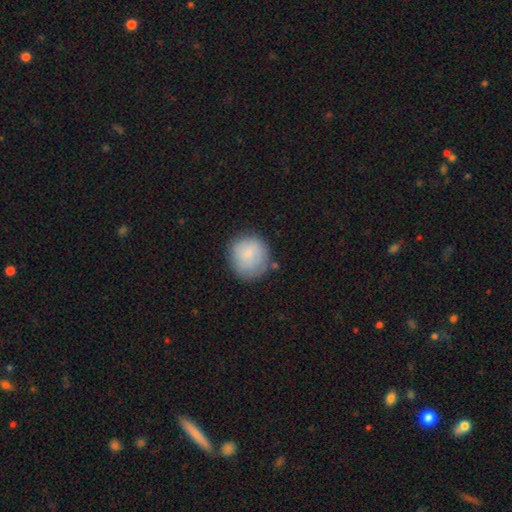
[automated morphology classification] Smooth or featured: smooth — 80% (featured or disk — 14%)
How rounded: round — 91% (in between — 8%)
Merging: none — 73% (minor disturbance — 18%)